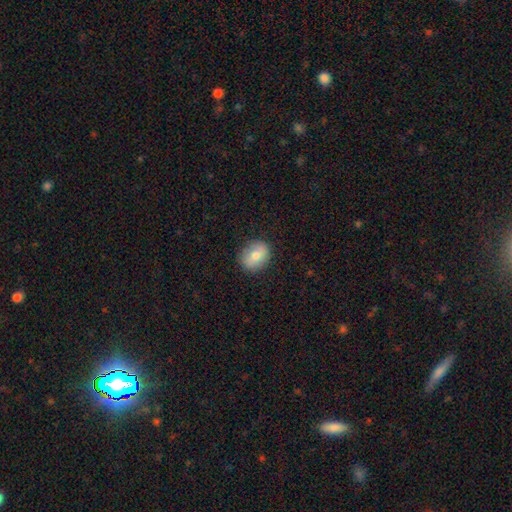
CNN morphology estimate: Smooth or featured?
  - smooth: 75% *
  - featured or disk: 17%
  - star or artifact: 8%
How rounded?
  - in between: 50% *
  - round: 48%
  - cigar-shaped: 1%
Merging?
  - none: 87% *
  - minor disturbance: 10%
  - major disturbance: 2%
  - merger: 1%